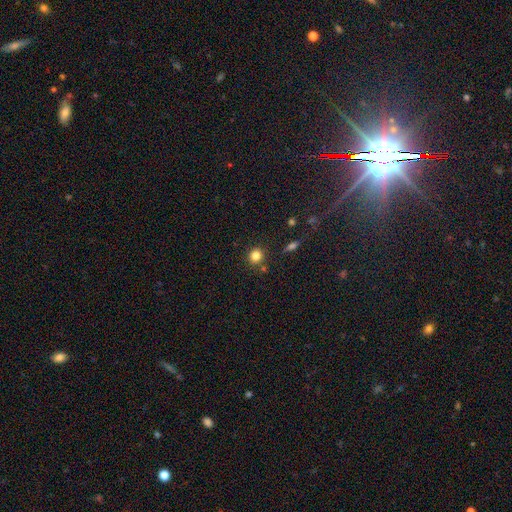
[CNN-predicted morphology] smooth 83%, star or artifact 12%, featured or disk 5%. Down the decision tree: how rounded — round (88%); merging — none (84%).